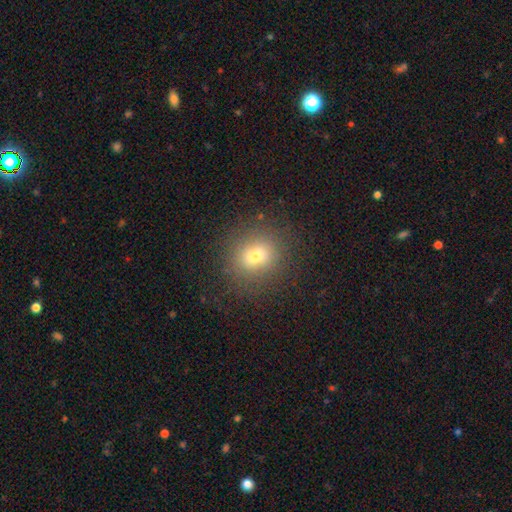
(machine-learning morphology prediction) smooth_or_featured: smooth (p=0.71) [alt: star or artifact p=0.16]
how_rounded: round (p=0.77) [alt: in between p=0.22]
merging: none (p=0.85) [alt: minor disturbance p=0.09]